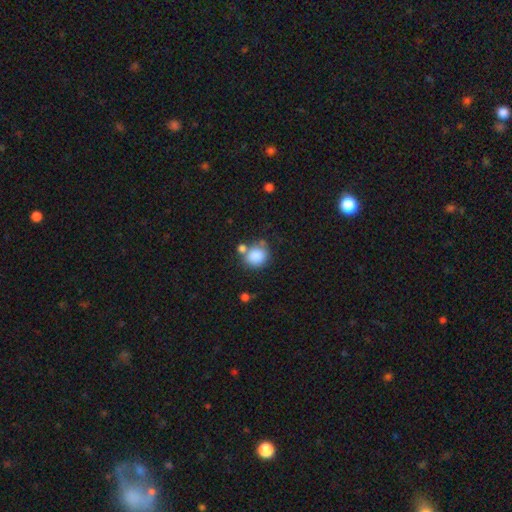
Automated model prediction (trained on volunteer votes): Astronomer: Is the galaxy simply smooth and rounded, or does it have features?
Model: smooth — 84%.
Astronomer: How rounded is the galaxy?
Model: round — 79%.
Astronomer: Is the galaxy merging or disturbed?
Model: none — 59%.